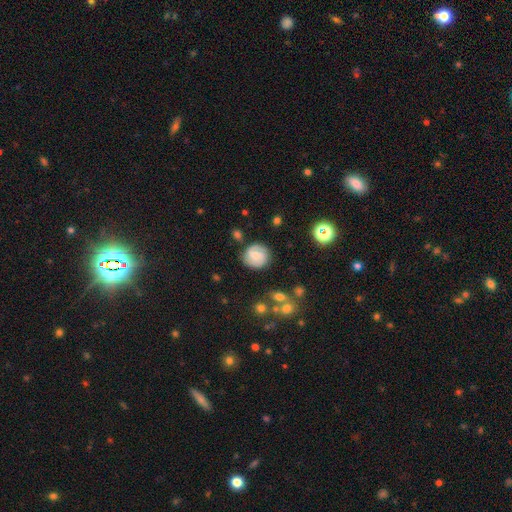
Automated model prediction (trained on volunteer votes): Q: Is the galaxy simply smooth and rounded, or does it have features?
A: featured or disk — 54%.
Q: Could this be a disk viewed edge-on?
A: no — 98%.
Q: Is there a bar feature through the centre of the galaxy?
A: weak — 51%.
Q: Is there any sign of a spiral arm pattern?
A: yes — 89%.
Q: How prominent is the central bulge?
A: small — 39%.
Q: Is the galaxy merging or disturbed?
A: none — 80%.